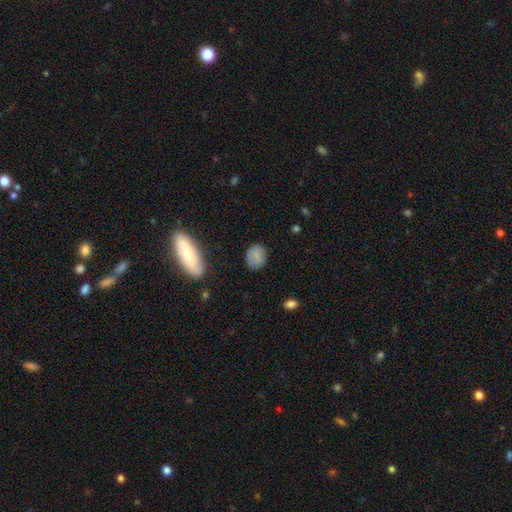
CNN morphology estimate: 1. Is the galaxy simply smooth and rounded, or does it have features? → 79% smooth, 12% featured or disk, 9% star or artifact.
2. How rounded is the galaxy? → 52% in between, 46% round, 2% cigar-shaped.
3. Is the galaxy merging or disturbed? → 82% none, 13% minor disturbance, 3% major disturbance, 2% merger.